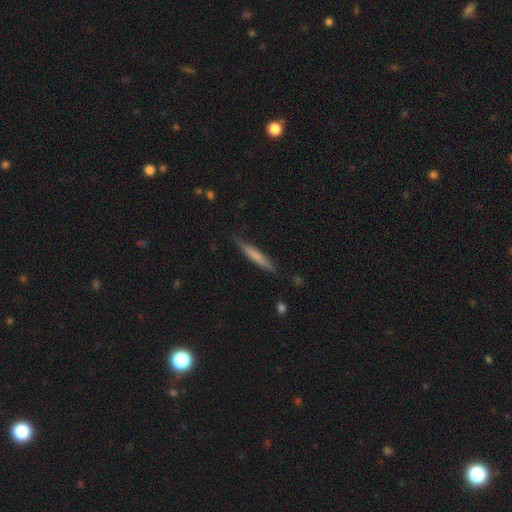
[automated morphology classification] Smooth or featured? Predicted: smooth (p=0.62). How rounded? Predicted: cigar-shaped (p=0.94). Merging? Predicted: none (p=0.82).